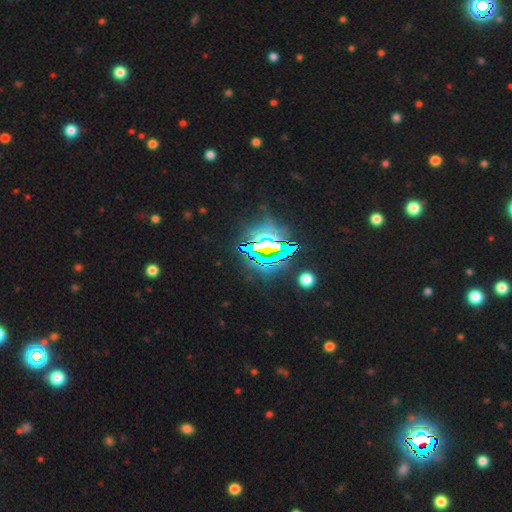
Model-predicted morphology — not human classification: smooth-or-featured: star or artifact: 81% | featured or disk: 10% | smooth: 9%